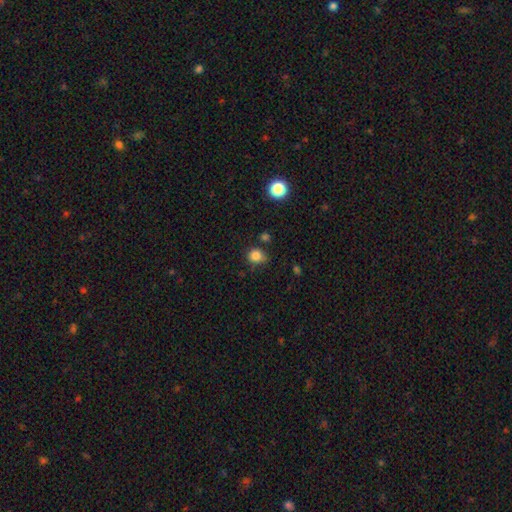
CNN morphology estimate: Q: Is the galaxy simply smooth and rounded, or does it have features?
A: smooth — 83%.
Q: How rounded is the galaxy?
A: round — 75%.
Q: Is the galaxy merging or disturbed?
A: none — 66%.